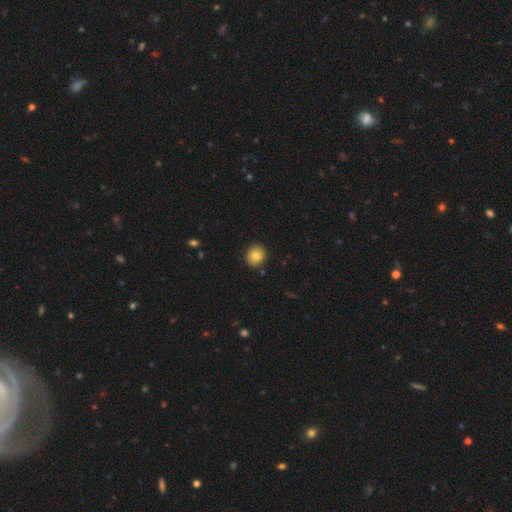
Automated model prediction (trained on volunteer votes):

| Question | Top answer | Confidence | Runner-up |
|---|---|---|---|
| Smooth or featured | smooth | 82% | star or artifact (9%) |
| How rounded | round | 77% | in between (22%) |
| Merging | none | 90% | minor disturbance (7%) |